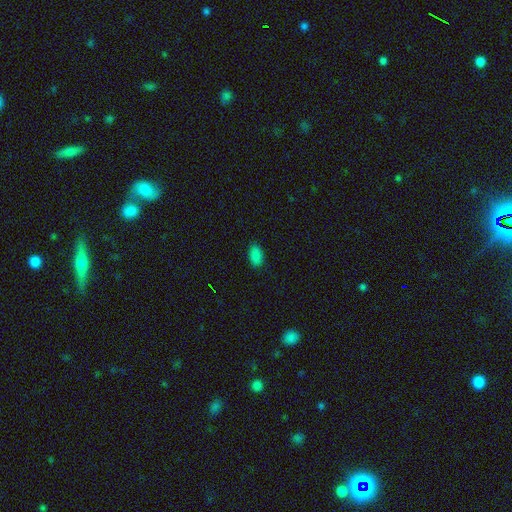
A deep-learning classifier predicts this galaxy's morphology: Smooth or featured? smooth (86%)
How rounded? in between (93%)
Merging? none (86%)